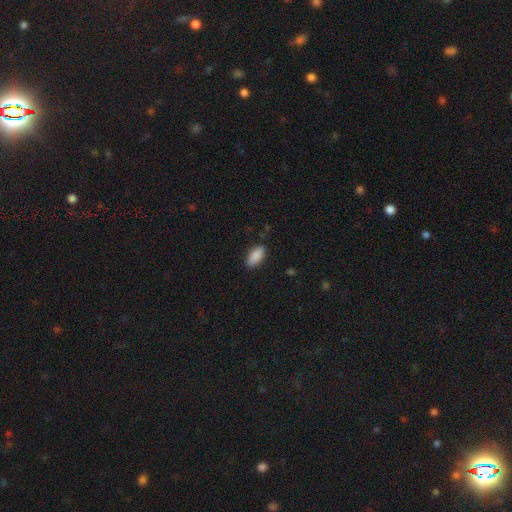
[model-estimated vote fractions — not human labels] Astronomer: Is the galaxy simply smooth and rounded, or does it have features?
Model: smooth — 89%.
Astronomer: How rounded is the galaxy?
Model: in between — 89%.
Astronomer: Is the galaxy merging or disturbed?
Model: none — 86%.